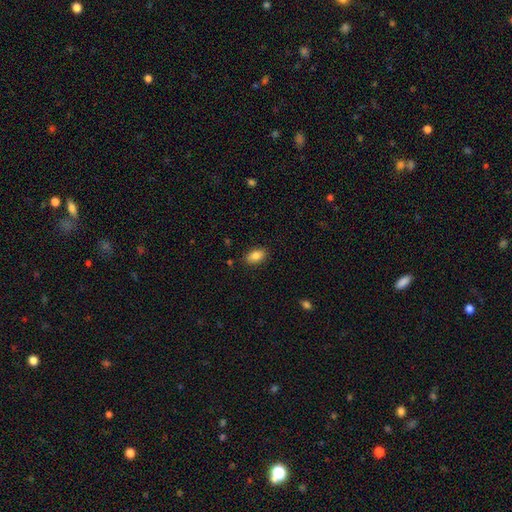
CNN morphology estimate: smooth_or_featured: smooth (p=0.84) [alt: star or artifact p=0.08]
how_rounded: in between (p=0.89) [alt: round p=0.08]
merging: none (p=0.86) [alt: minor disturbance p=0.10]